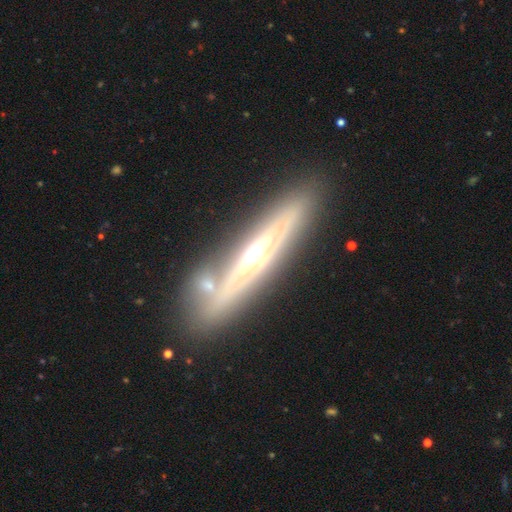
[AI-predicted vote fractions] A featured or disk galaxy (74%) viewed edge-on (78%) with a rounded central bulge (84%). Merging: none (79%).